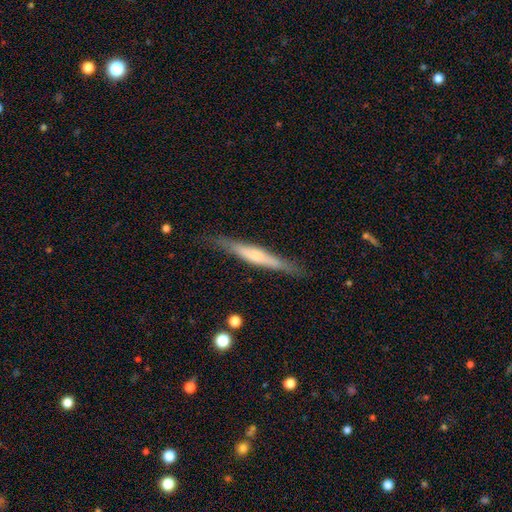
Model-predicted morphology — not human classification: type=featured or disk (52%); edge-on=yes (95%); merging=none (84%).